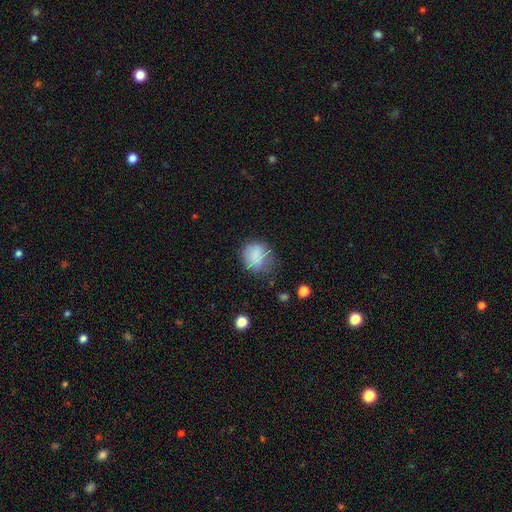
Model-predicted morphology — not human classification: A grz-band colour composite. It shows a smooth galaxy with no disk features (80%) that is round (71%). Merging: none (54%).